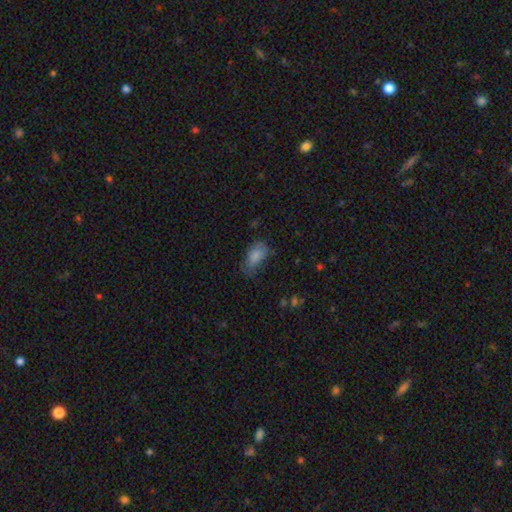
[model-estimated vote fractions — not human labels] A smooth galaxy with no disk features (81%) that is in between round and cigar-shaped (91%).

Vote fractions:
- Smooth or featured? smooth: 81% / featured or disk: 11% / star or artifact: 8%
- How rounded? in between: 91% / round: 5% / cigar-shaped: 4%
- Merging? none: 51% / minor disturbance: 33% / major disturbance: 14% / merger: 2%